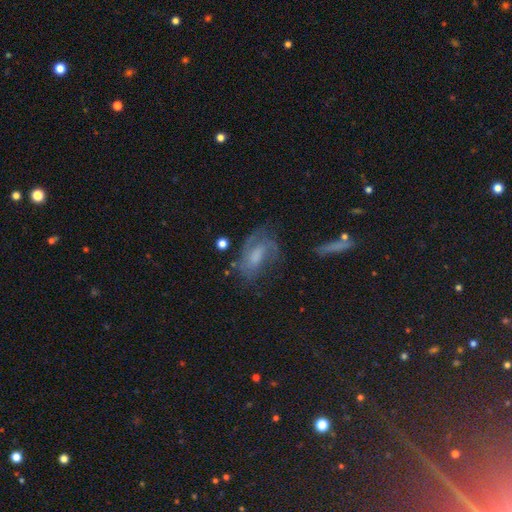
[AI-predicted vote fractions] A featured or disk galaxy (61%) with no bar (47%), spiral arms (78%) and a moderate central bulge (33%).

Vote fractions:
- Smooth or featured? featured or disk: 61% / smooth: 28% / star or artifact: 11%
- Edge-on disk? no: 94% / yes: 6%
- Bar? no: 47% / weak: 41% / strong: 12%
- Spiral arms? yes: 78% / no: 22%
- Bulge size? moderate: 33% / none: 30% / small: 22% / large: 13% / dominant: 2%
- Merging? none: 47% / major disturbance: 26% / minor disturbance: 23% / merger: 4%